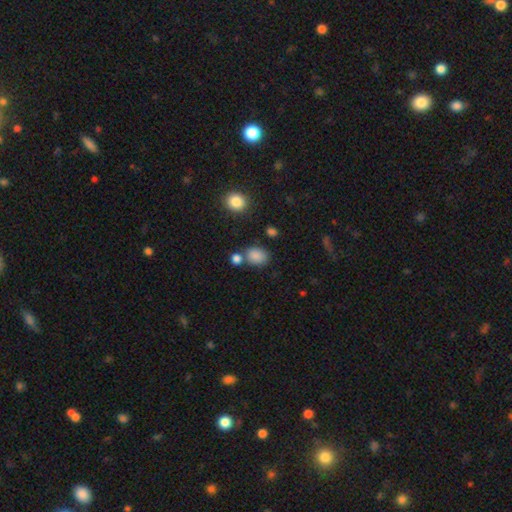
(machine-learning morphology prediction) Smooth or featured? smooth (85%)
How rounded? in between (61%)
Merging? none (65%)